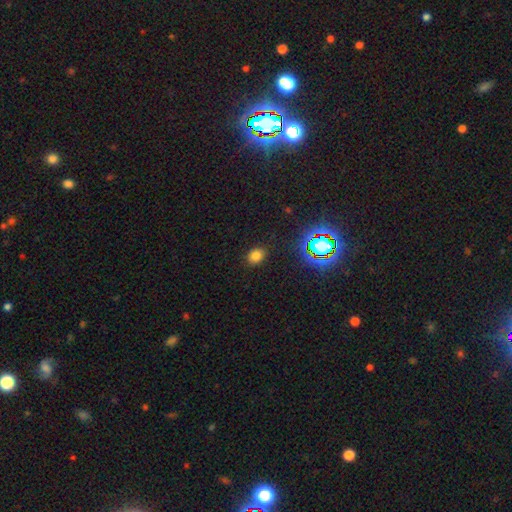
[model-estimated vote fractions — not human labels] This is likely a smooth galaxy (76%). How rounded: possibly in between (57%). Merging: clearly none (87%).